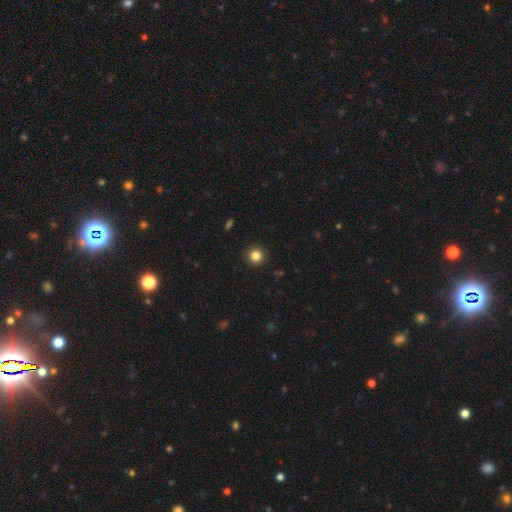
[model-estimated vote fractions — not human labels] Smooth or featured: smooth — 83% (star or artifact — 12%)
How rounded: round — 95% (in between — 4%)
Merging: none — 92% (minor disturbance — 5%)